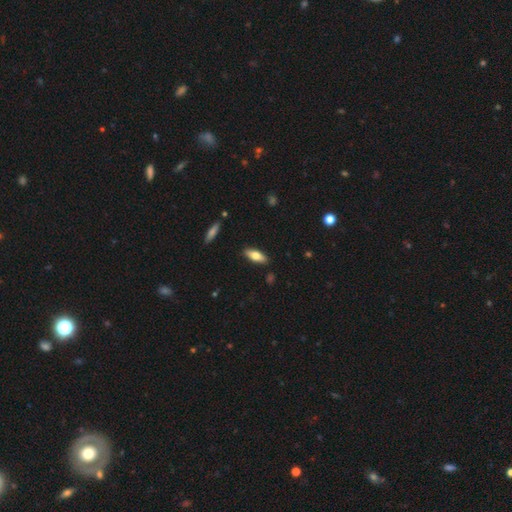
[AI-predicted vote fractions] The model was most divided on "how rounded": in between: 66%, cigar-shaped: 32%, round: 2%. More confident: merging — none (88%); smooth or featured — smooth (66%).